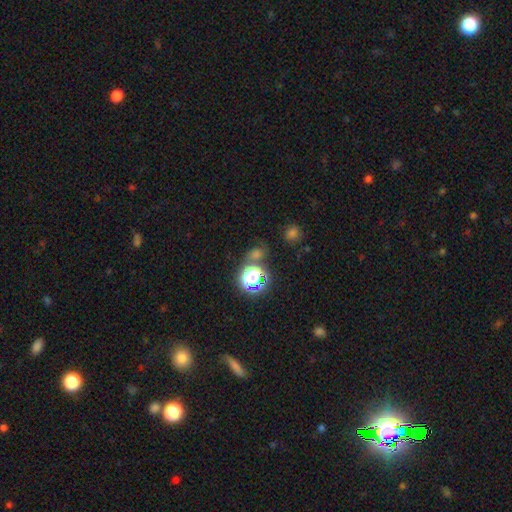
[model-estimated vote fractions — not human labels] This is possibly a star or artifact rather than a galaxy (54%).